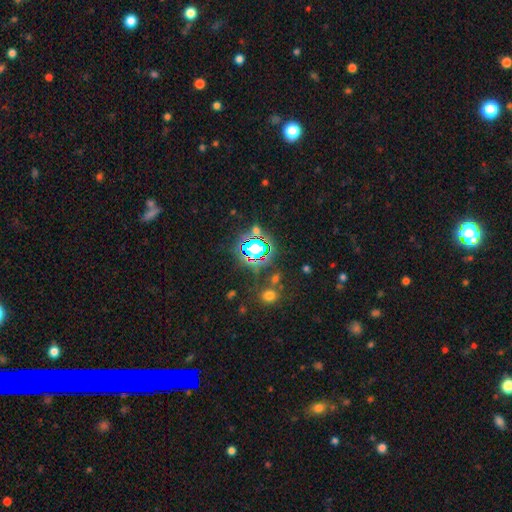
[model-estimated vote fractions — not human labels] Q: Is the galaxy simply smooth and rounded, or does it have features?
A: star or artifact — 71%.